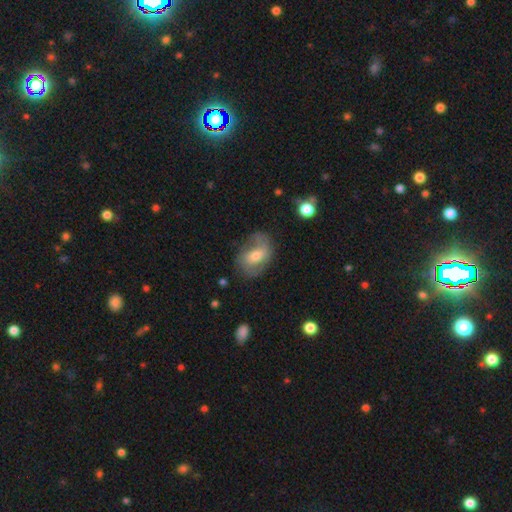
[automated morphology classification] A featured or disk galaxy (54%) with no bar (45%), spiral arms (73%) and a moderate central bulge (54%). Merging: none (58%).